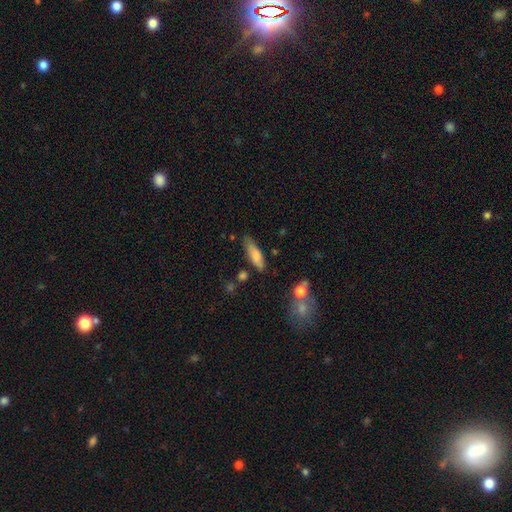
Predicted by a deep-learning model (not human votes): smooth 78%, featured or disk 15%, star or artifact 7%. Down the decision tree: how rounded — cigar-shaped (54%); merging — none (70%).